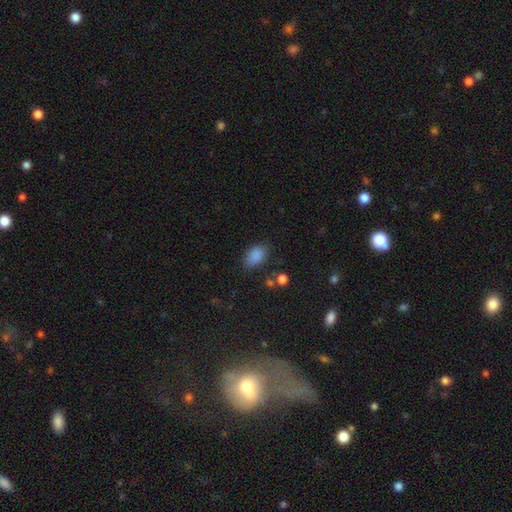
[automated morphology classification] Smooth or featured? smooth (86%)
How rounded? in between (86%)
Merging? none (77%)